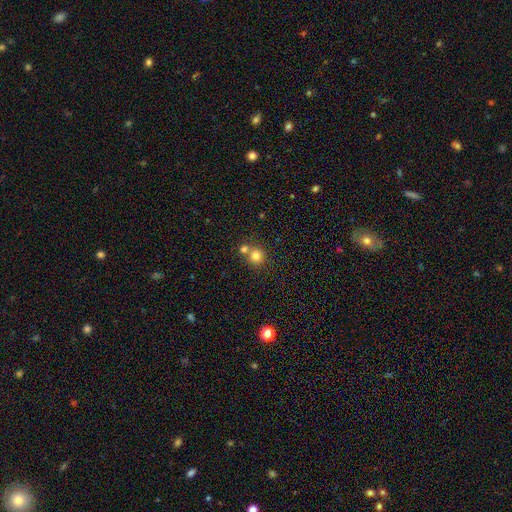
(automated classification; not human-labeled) Smooth or featured? Predicted: smooth (p=0.79). How rounded? Predicted: round (p=0.91). Merging? Predicted: none (p=0.58).